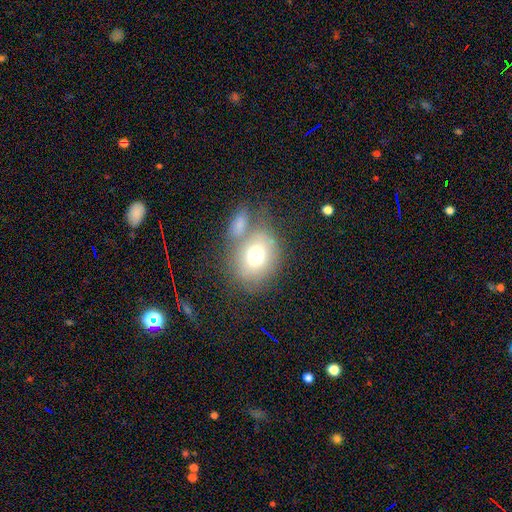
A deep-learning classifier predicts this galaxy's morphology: Smooth or featured? Predicted: smooth (p=0.70). How rounded? Predicted: round (p=0.51). Merging? Predicted: none (p=0.46).